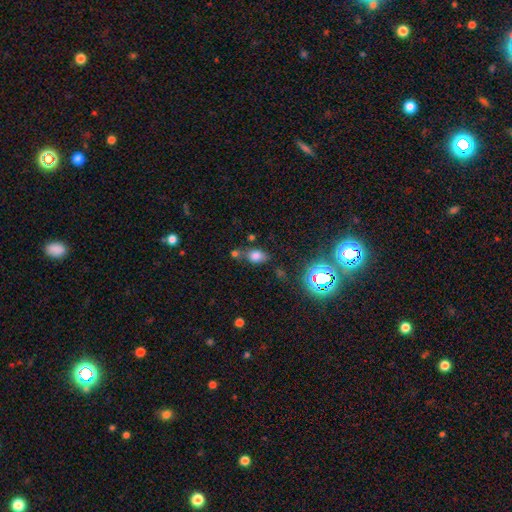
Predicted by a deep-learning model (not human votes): smooth-or-featured: smooth: 71% | star or artifact: 19% | featured or disk: 10%
  how-rounded: in between: 79% | round: 18% | cigar-shaped: 3%
  merging: none: 59% | minor disturbance: 19% | merger: 15% | major disturbance: 7%